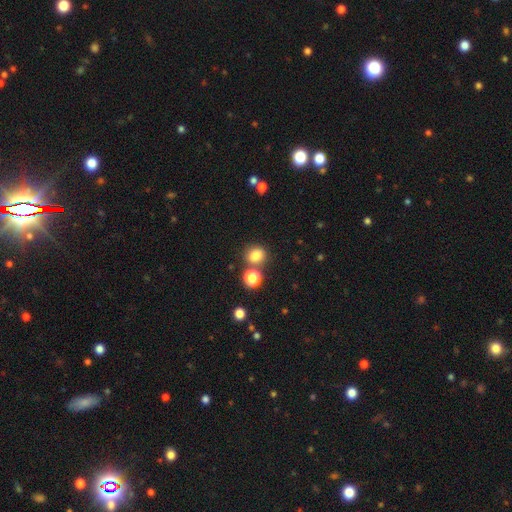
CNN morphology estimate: Smooth or featured? Predicted: smooth (p=0.80). How rounded? Predicted: round (p=0.70). Merging? Predicted: none (p=0.70).